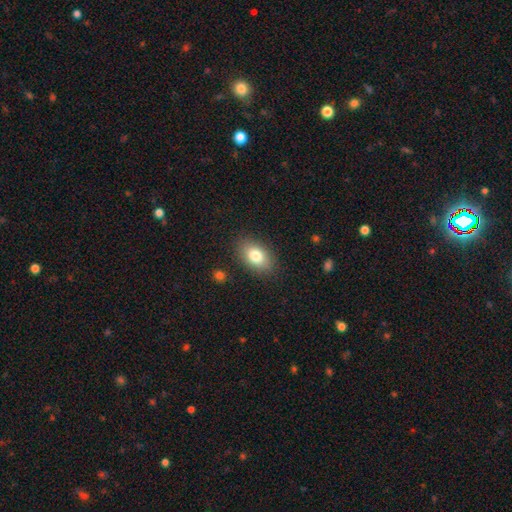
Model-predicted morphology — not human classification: smooth-or-featured: smooth: 80% | featured or disk: 12% | star or artifact: 8%
  how-rounded: in between: 89% | round: 10% | cigar-shaped: 2%
  merging: none: 85% | minor disturbance: 10% | major disturbance: 3% | merger: 1%